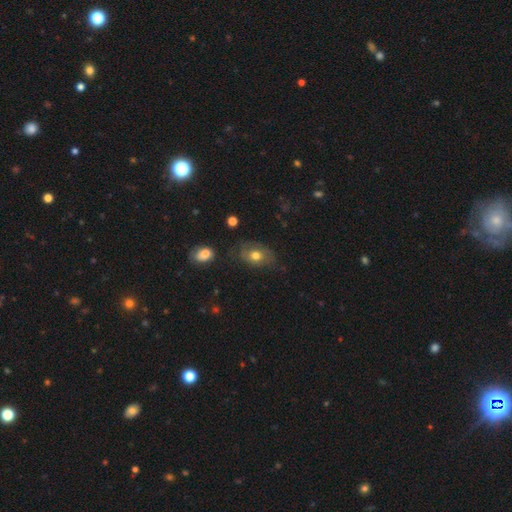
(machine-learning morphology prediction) Smooth or featured: smooth — 59% (featured or disk — 31%)
How rounded: in between — 74% (round — 25%)
Merging: none — 57% (minor disturbance — 27%)